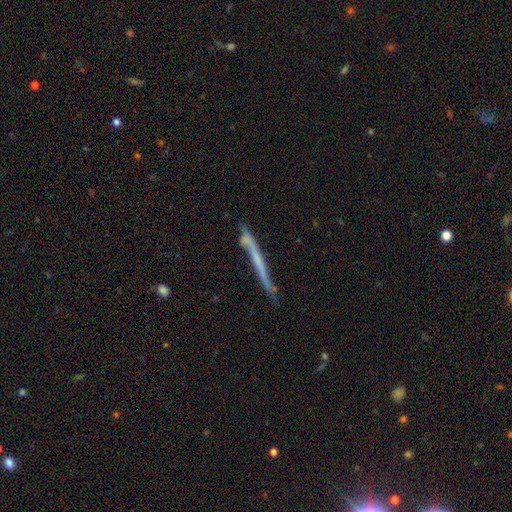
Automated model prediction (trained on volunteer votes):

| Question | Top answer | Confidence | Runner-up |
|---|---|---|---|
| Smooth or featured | featured or disk | 56% | smooth (37%) |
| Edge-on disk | yes | 91% | no (9%) |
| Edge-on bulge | none | 87% | rounded (7%) |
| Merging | none | 68% | minor disturbance (22%) |